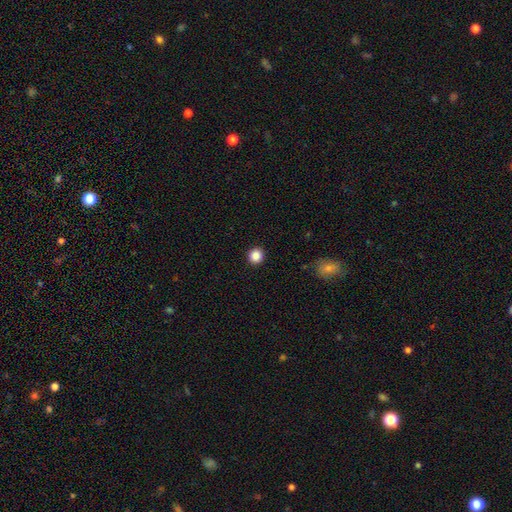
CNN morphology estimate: The model was most divided on "smooth or featured": smooth: 87%, star or artifact: 10%, featured or disk: 3%. More confident: how rounded — round (93%); merging — none (92%).